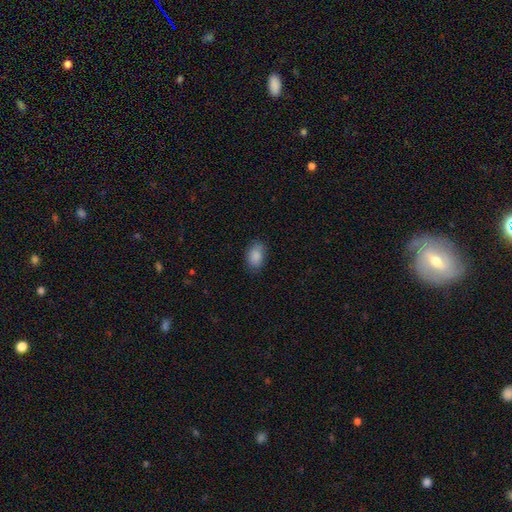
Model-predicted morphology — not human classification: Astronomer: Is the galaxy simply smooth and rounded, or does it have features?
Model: smooth — 88%.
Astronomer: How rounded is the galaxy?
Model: in between — 88%.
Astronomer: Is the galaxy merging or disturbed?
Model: none — 82%.